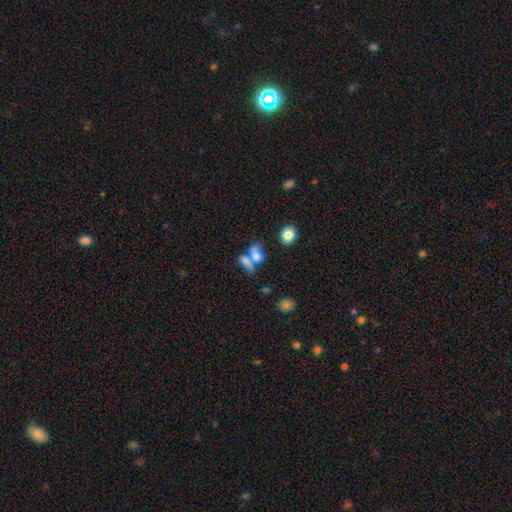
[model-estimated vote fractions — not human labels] Morphology: type=smooth (69%); roundness=in between (58%); merging=merger (47%).